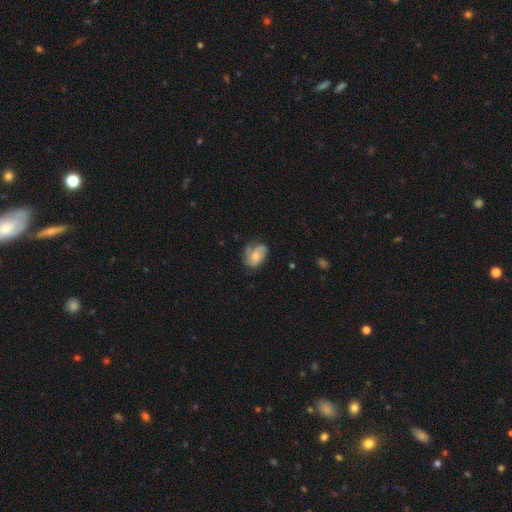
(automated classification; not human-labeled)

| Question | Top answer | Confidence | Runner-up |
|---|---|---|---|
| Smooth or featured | featured or disk | 49% | smooth (43%) |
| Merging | none | 53% | minor disturbance (30%) |